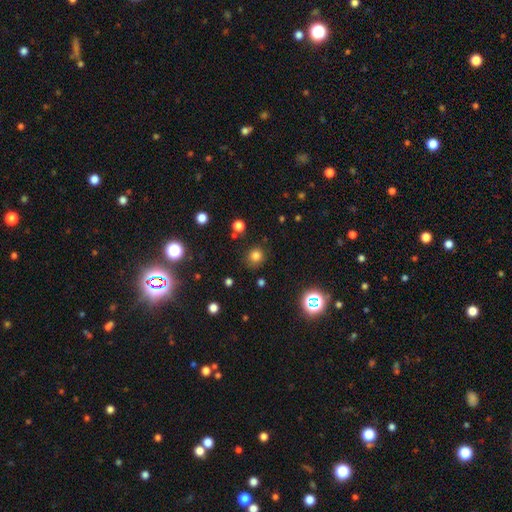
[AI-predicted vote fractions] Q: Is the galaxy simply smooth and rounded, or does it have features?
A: smooth — 77%.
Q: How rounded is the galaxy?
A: round — 87%.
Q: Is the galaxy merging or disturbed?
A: none — 83%.